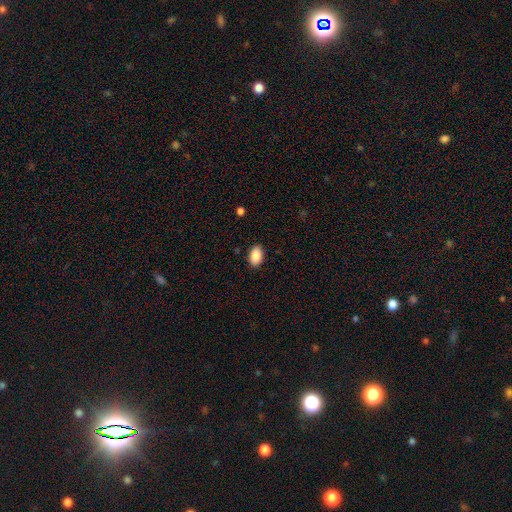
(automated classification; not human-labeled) The model was most divided on "merging": none: 88%, minor disturbance: 9%, major disturbance: 2%, merger: 1%. More confident: how rounded — in between (91%); smooth or featured — smooth (89%).